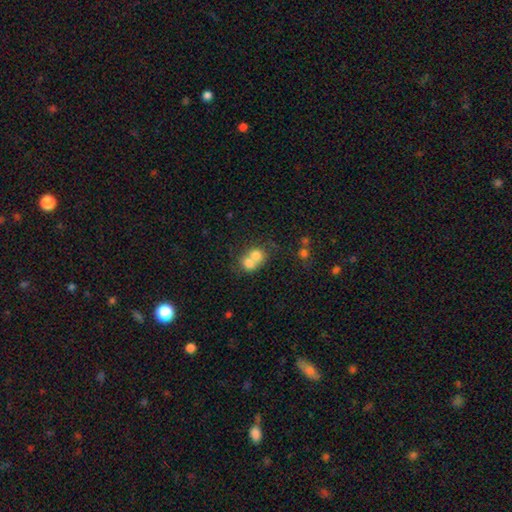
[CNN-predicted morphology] Smooth or featured? smooth (71%)
How rounded? round (71%)
Merging? merger (71%)